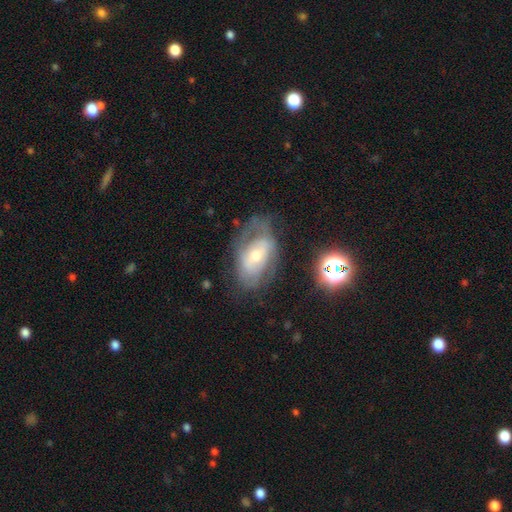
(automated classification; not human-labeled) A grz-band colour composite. It shows a featured or disk galaxy (64%) with no bar (48%), spiral arms (64%) and a moderate central bulge (49%). Merging: none (51%).